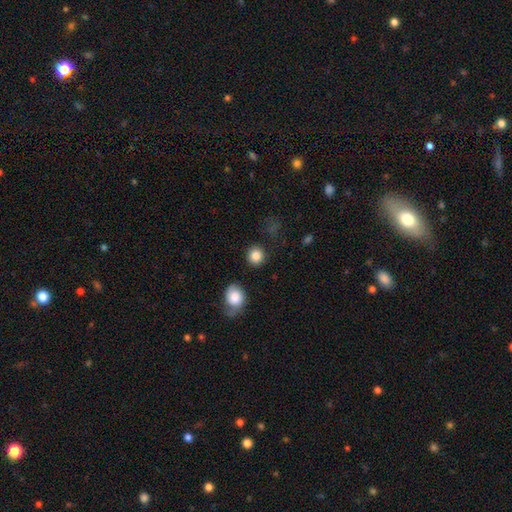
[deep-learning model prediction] Q: Smooth or featured?
A: smooth (86%); runner-up: star or artifact (9%)
Q: How rounded?
A: round (88%); runner-up: in between (11%)
Q: Merging?
A: none (85%); runner-up: minor disturbance (8%)